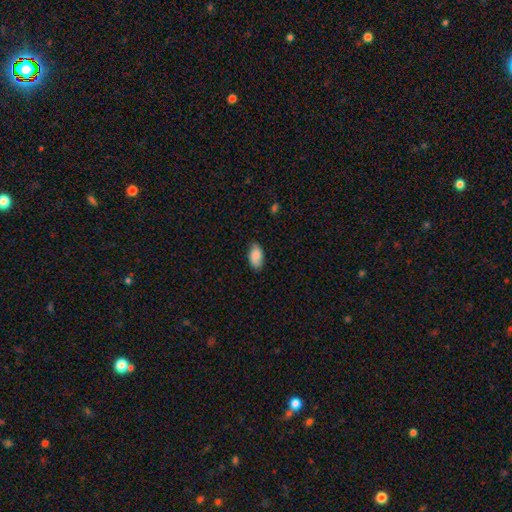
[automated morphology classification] Smooth or featured? Predicted: smooth (p=0.84). How rounded? Predicted: in between (p=0.94). Merging? Predicted: none (p=0.81).